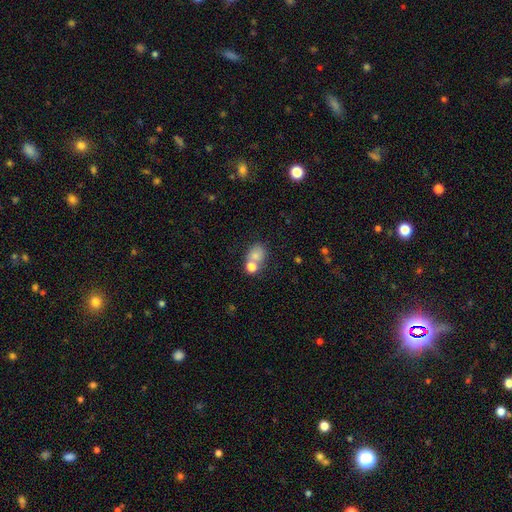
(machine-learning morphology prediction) smooth_or_featured: smooth (p=0.74) [alt: featured or disk p=0.15]
how_rounded: round (p=0.52) [alt: in between p=0.47]
merging: merger (p=0.44) [alt: none p=0.39]